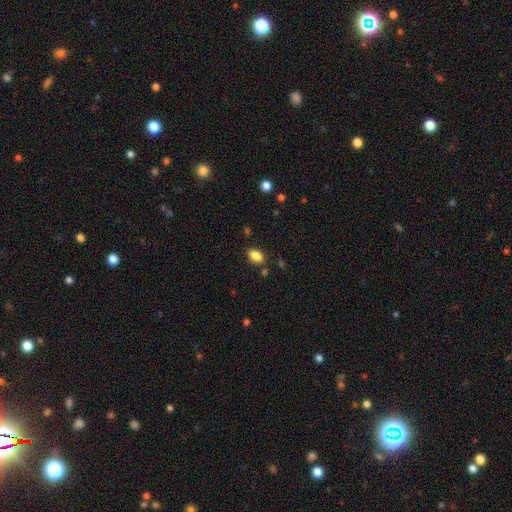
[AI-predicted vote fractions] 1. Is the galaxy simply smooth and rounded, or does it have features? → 87% smooth, 9% star or artifact, 4% featured or disk.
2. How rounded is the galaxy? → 89% in between, 10% round, 2% cigar-shaped.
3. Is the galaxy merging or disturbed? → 84% none, 11% minor disturbance, 3% merger, 3% major disturbance.